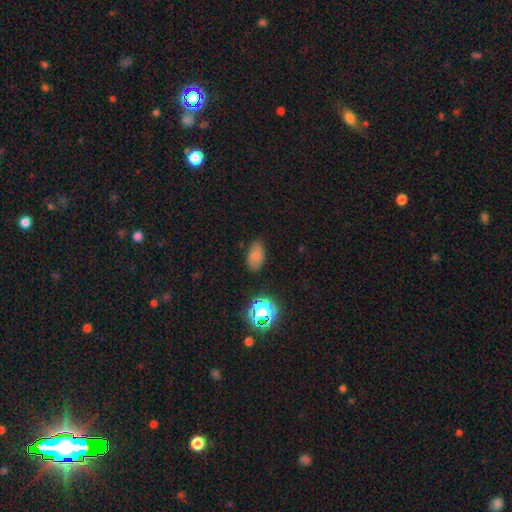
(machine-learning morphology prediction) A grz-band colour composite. It shows a smooth galaxy with no disk features (73%) that is in between round and cigar-shaped (89%). Merging: none (75%).